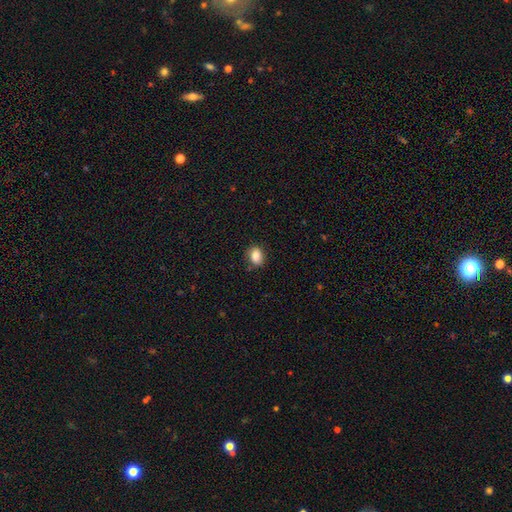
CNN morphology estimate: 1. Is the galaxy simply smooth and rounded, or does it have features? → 80% smooth, 11% featured or disk, 9% star or artifact.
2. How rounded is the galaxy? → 62% in between, 36% round, 1% cigar-shaped.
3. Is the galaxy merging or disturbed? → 82% none, 14% minor disturbance, 3% major disturbance, 2% merger.